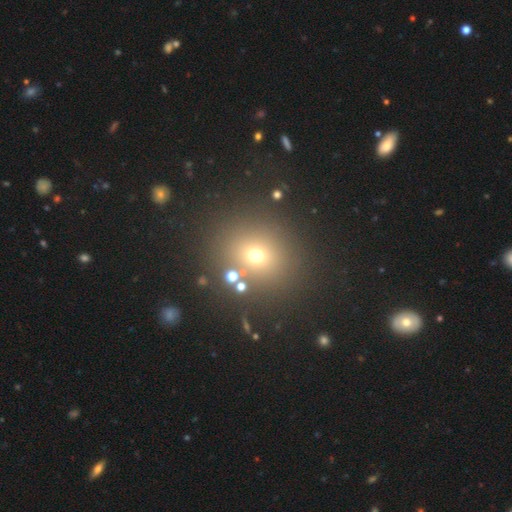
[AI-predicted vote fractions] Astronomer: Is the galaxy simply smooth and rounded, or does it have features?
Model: smooth — 64%.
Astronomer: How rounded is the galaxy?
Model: round — 81%.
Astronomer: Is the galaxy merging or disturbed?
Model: none — 82%.